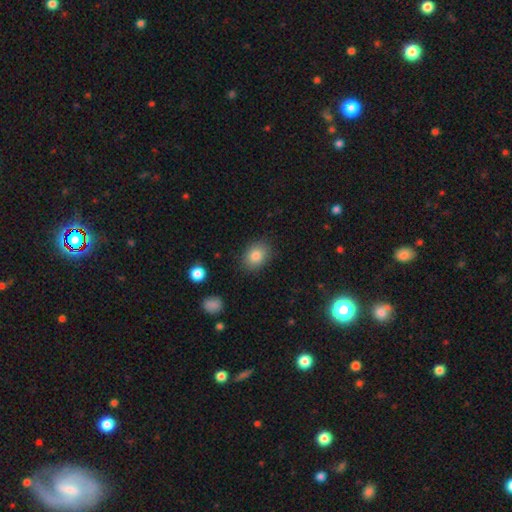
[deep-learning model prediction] Smooth or featured? Predicted: smooth (p=0.84). How rounded? Predicted: in between (p=0.67). Merging? Predicted: none (p=0.84).